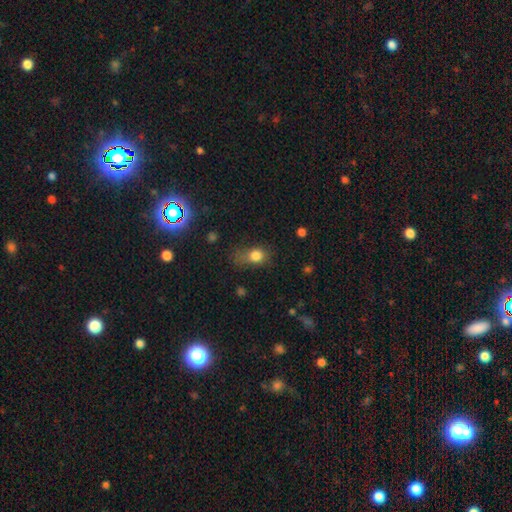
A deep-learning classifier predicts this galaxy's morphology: This appears to be a smooth galaxy with no disk features (80%) that is in between round and cigar-shaped (52%). Merging: none (42%).